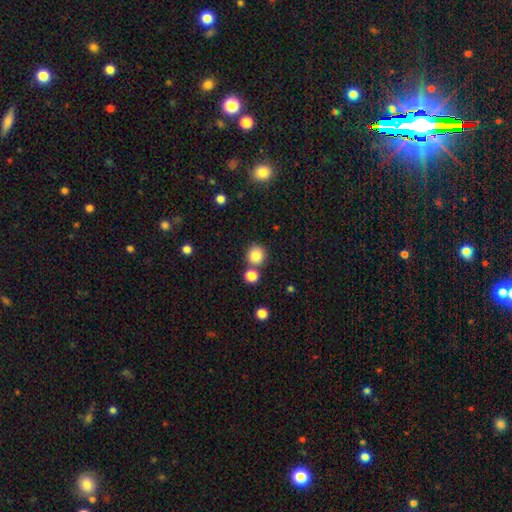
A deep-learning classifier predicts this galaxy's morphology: Smooth or featured? smooth (84%)
How rounded? round (92%)
Merging? none (73%)